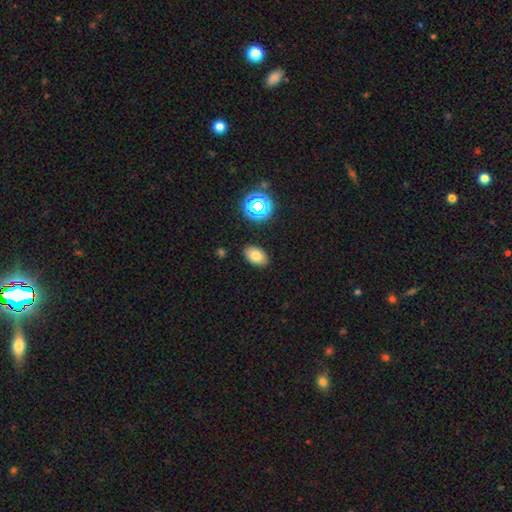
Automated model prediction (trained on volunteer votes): This appears to be a smooth galaxy with no disk features (77%) that is in between round and cigar-shaped (89%). Merging: none (87%).